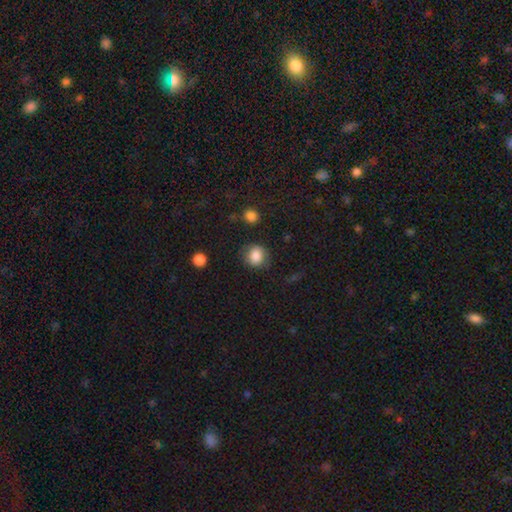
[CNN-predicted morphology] smooth-or-featured: smooth: 84% | star or artifact: 9% | featured or disk: 7%
  how-rounded: round: 76% | in between: 23% | cigar-shaped: 1%
  merging: none: 74% | minor disturbance: 17% | major disturbance: 6% | merger: 2%